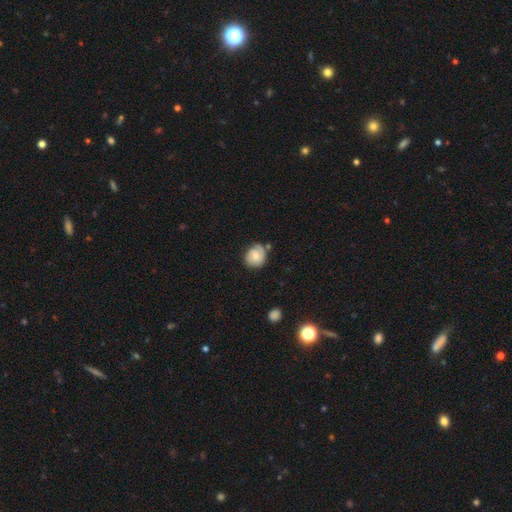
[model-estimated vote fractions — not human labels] smooth-or-featured: smooth: 52% | featured or disk: 40% | star or artifact: 8%
  how-rounded: round: 74% | in between: 25% | cigar-shaped: 1%
  merging: none: 64% | minor disturbance: 24% | major disturbance: 7% | merger: 5%